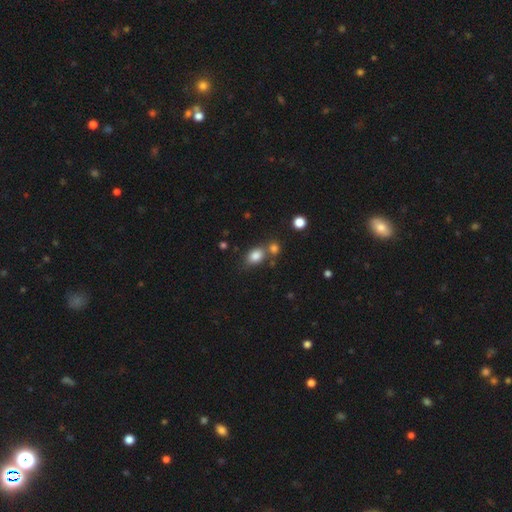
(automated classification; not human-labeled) Smooth or featured?
  - smooth: 83% *
  - star or artifact: 10%
  - featured or disk: 7%
How rounded?
  - in between: 74% *
  - round: 24%
  - cigar-shaped: 1%
Merging?
  - none: 58% *
  - merger: 25%
  - minor disturbance: 13%
  - major disturbance: 4%